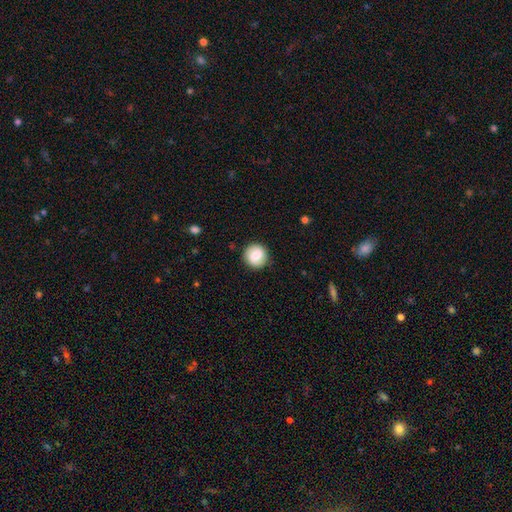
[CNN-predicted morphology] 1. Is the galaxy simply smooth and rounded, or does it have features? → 77% smooth, 15% featured or disk, 7% star or artifact.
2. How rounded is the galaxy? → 93% round, 6% in between, 1% cigar-shaped.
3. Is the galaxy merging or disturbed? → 89% none, 8% minor disturbance, 2% major disturbance, 1% merger.